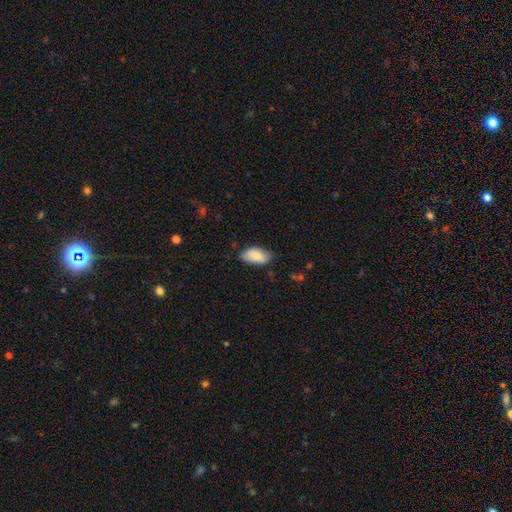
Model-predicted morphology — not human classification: This is clearly a smooth galaxy (82%). How rounded: clearly in between (94%). Merging: likely none (76%).